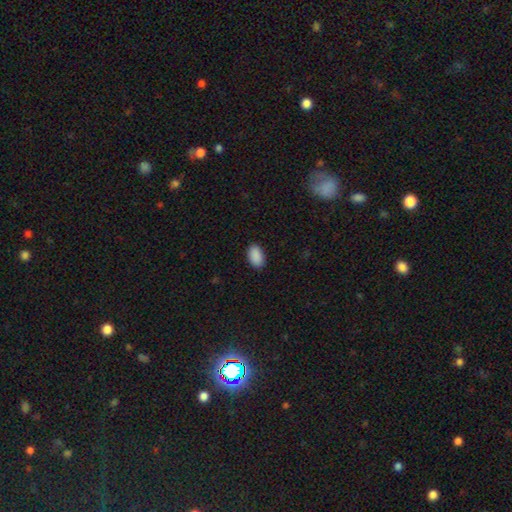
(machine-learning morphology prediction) The model was most divided on "merging": none: 89%, minor disturbance: 8%, major disturbance: 2%, merger: 1%. More confident: how rounded — in between (93%); smooth or featured — smooth (91%).